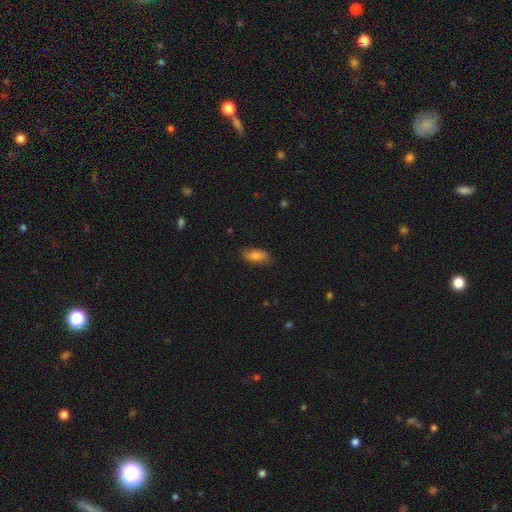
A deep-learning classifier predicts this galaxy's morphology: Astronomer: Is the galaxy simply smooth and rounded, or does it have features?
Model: smooth — 77%.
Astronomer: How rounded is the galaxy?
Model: in between — 79%.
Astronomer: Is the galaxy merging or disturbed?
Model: none — 79%.